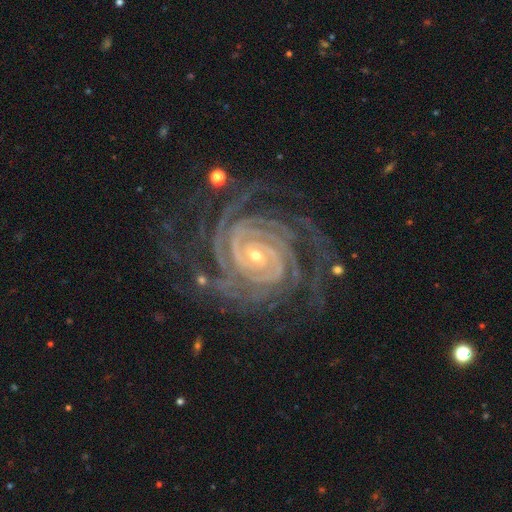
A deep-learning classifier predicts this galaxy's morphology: Smooth or featured?
  - featured or disk: 93% *
  - star or artifact: 5%
  - smooth: 2%
Edge-on disk?
  - no: 98% *
  - yes: 2%
Bar?
  - no: 46% *
  - weak: 30%
  - strong: 24%
Spiral arms?
  - yes: 99% *
  - no: 1%
Spiral winding?
  - tight: 86% *
  - medium: 12%
  - loose: 2%
Spiral arm count?
  - 4: 23% *
  - more than 4: 19%
  - 2: 19%
  - 3: 18%
  - can't tell: 13%
  - 1: 9%
Bulge size?
  - small: 74% *
  - moderate: 23%
  - large: 1%
  - none: 1%
  - dominant: 1%
Merging?
  - none: 72% *
  - minor disturbance: 16%
  - major disturbance: 10%
  - merger: 2%